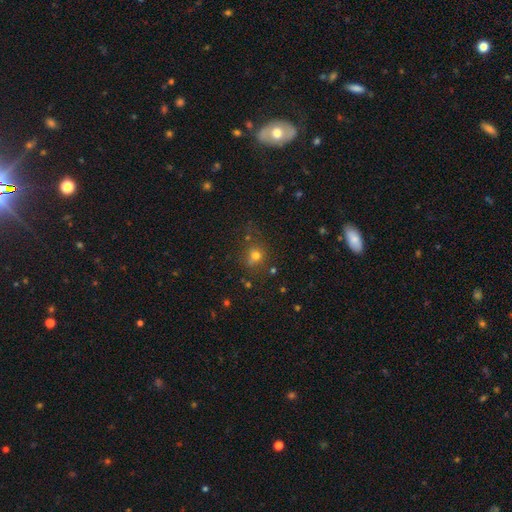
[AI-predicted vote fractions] Overall: smooth (67%). How rounded: round (82%). Merging: none (66%).